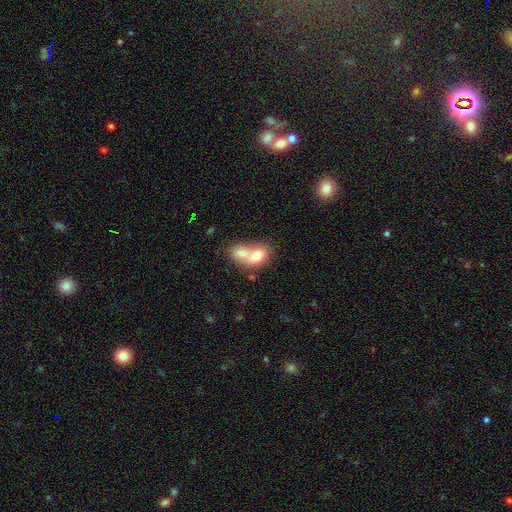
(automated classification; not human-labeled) The model was most divided on "how rounded": in between: 64%, round: 35%, cigar-shaped: 1%. More confident: merging — merger (74%); smooth or featured — smooth (72%).